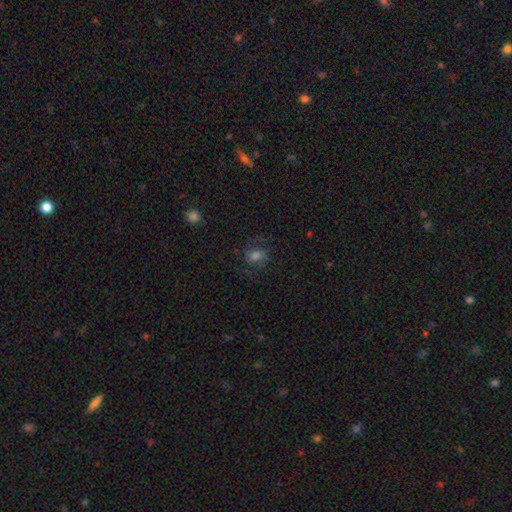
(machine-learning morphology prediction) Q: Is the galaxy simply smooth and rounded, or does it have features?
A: smooth — 48%.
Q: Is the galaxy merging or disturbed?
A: none — 68%.